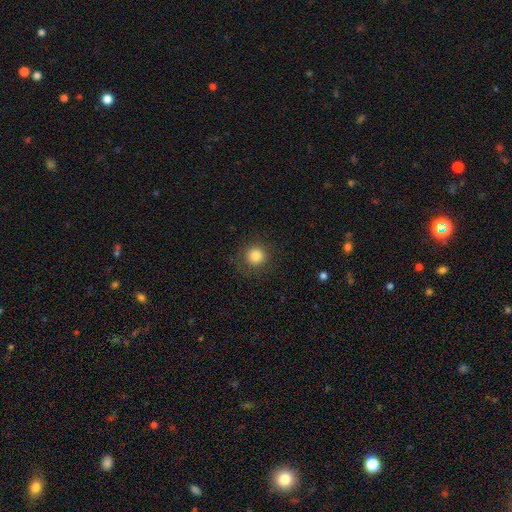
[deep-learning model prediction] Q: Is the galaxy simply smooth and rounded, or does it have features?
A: smooth — 83%.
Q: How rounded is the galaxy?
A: round — 94%.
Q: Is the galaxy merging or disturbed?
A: none — 88%.